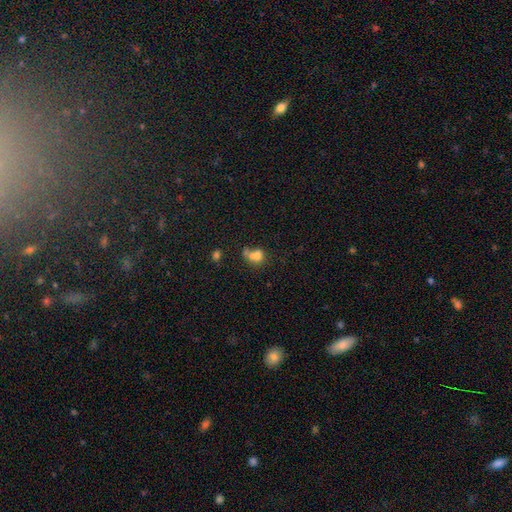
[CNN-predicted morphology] type=smooth (69%); roundness=round (57%); merging=merger (55%).